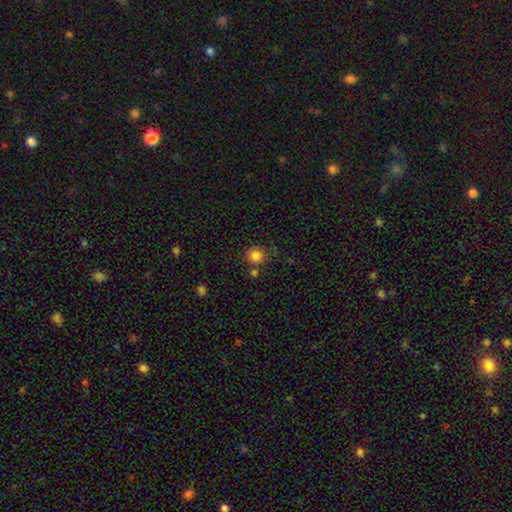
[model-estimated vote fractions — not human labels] Smooth or featured?
  - smooth: 84% *
  - star or artifact: 12%
  - featured or disk: 4%
How rounded?
  - round: 90% *
  - in between: 9%
  - cigar-shaped: 1%
Merging?
  - none: 75% *
  - minor disturbance: 11%
  - merger: 10%
  - major disturbance: 4%